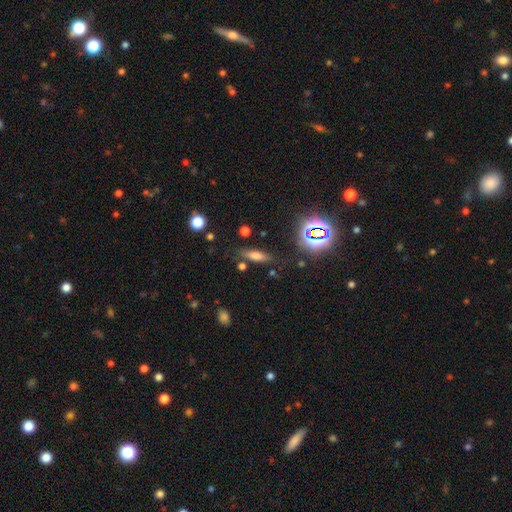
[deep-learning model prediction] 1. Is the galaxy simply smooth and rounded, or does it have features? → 61% smooth, 22% featured or disk, 17% star or artifact.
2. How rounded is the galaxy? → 53% cigar-shaped, 43% in between, 5% round.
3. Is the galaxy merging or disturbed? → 77% none, 13% minor disturbance, 5% merger, 4% major disturbance.